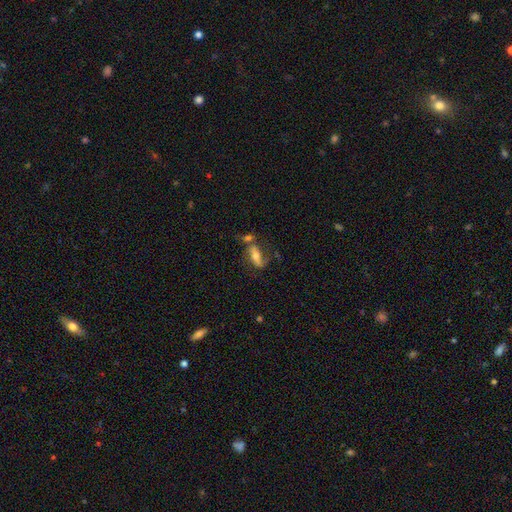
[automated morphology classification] Overall: featured or disk (48%; smooth 42%). Merging: none (35%; merger 32%).